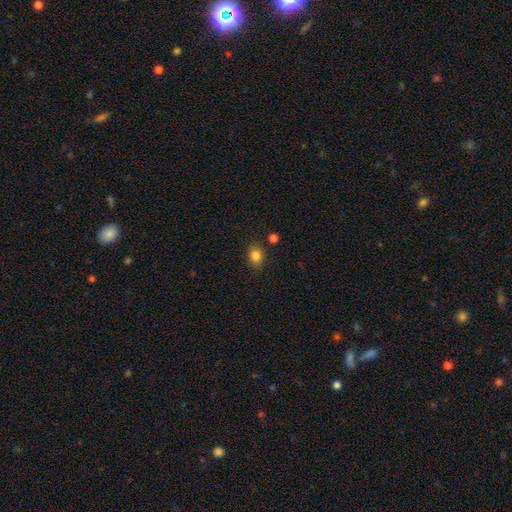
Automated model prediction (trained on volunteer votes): Smooth or featured: smooth — 84% (star or artifact — 11%)
How rounded: round — 54% (in between — 45%)
Merging: none — 80% (minor disturbance — 13%)